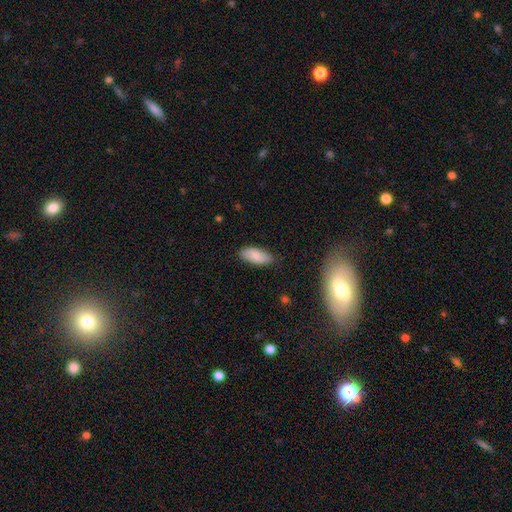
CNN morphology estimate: A smooth galaxy with no disk features (80%) that is in between round and cigar-shaped (87%). Merging: none (83%).